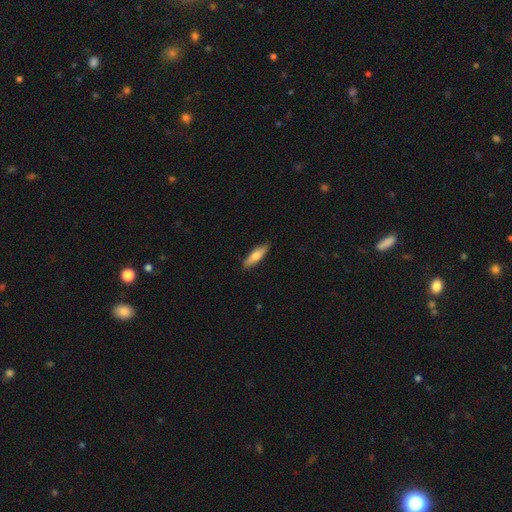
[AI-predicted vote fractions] Smooth or featured: smooth — 70% (featured or disk — 24%)
How rounded: cigar-shaped — 62% (in between — 36%)
Merging: none — 88% (minor disturbance — 9%)